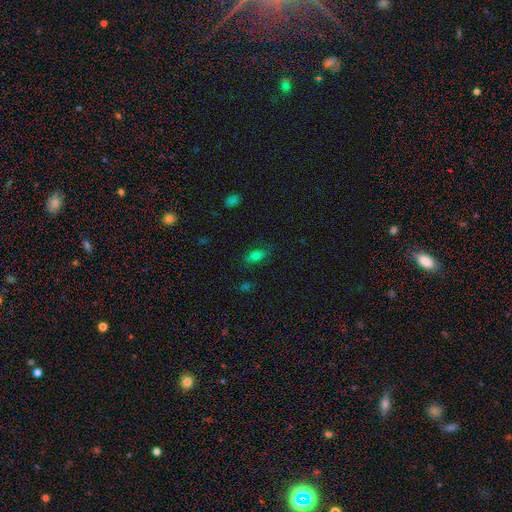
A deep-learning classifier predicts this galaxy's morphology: A smooth galaxy with no disk features (77%) that is in between round and cigar-shaped (87%). Merging: none (74%).